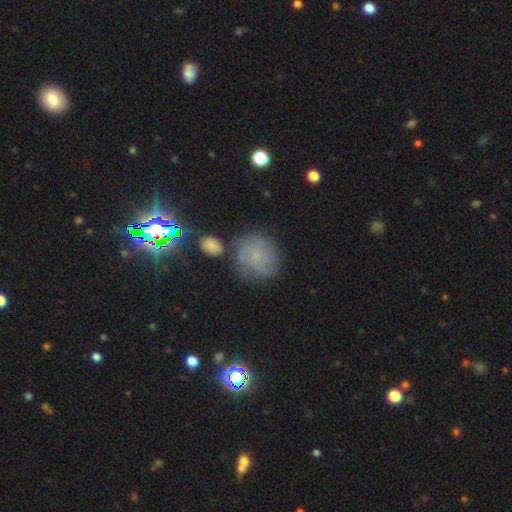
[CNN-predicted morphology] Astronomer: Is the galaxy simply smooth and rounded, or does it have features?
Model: smooth — 48% (runner-up: featured or disk, 30%).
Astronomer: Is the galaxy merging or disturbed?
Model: none — 64%.